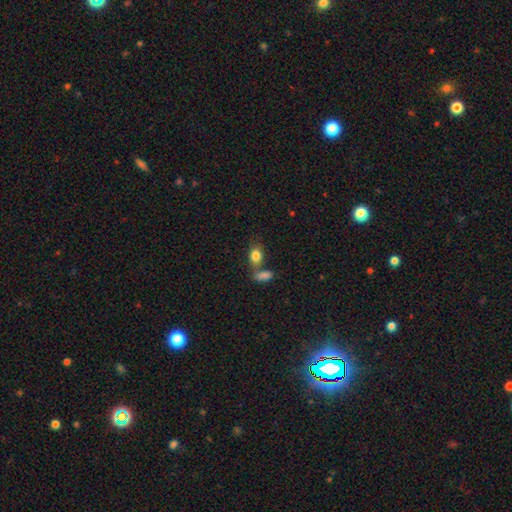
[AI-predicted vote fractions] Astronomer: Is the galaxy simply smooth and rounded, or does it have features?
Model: smooth — 84%.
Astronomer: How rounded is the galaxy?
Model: in between — 78%.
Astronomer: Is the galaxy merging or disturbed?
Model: none — 49% (runner-up: merger, 33%).